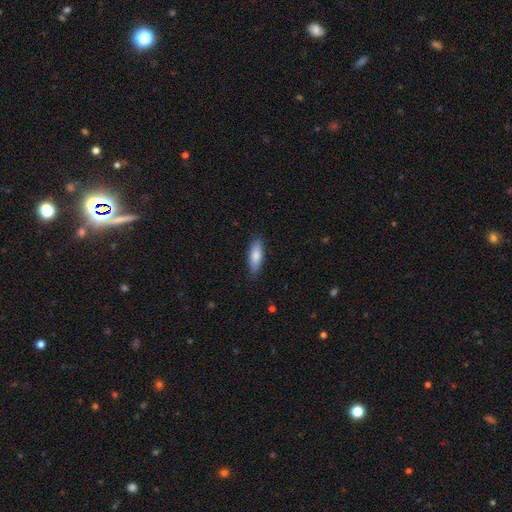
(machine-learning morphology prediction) Smooth or featured?
  - smooth: 81% *
  - featured or disk: 13%
  - star or artifact: 6%
How rounded?
  - in between: 60% *
  - cigar-shaped: 38%
  - round: 2%
Merging?
  - none: 86% *
  - minor disturbance: 11%
  - major disturbance: 2%
  - merger: 1%